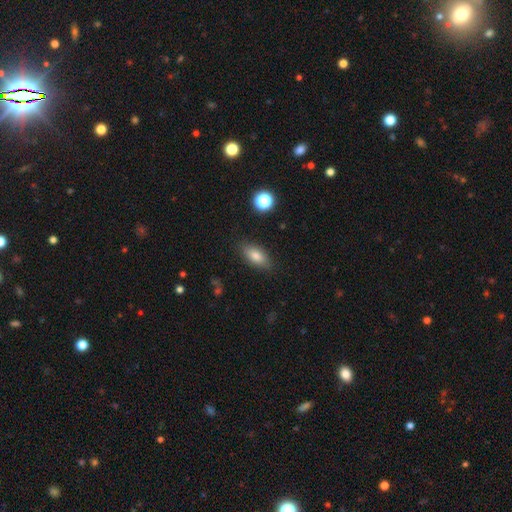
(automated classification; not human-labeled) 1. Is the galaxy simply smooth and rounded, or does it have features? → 79% smooth, 11% featured or disk, 9% star or artifact.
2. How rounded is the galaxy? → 83% in between, 12% cigar-shaped, 5% round.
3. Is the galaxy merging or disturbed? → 84% none, 11% minor disturbance, 3% major disturbance, 1% merger.